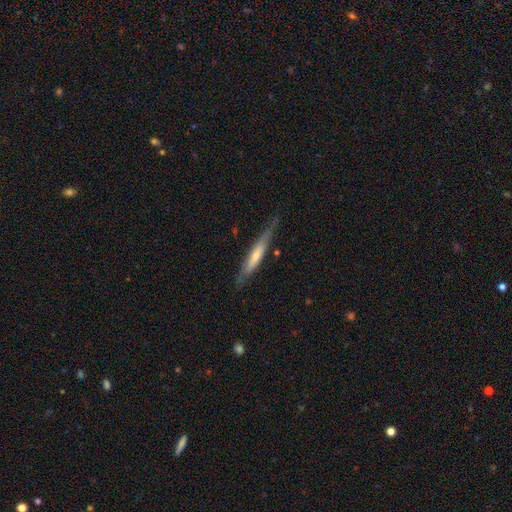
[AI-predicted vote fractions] This appears to be a featured or disk galaxy (56%) viewed edge-on (84%). Merging: none (73%).